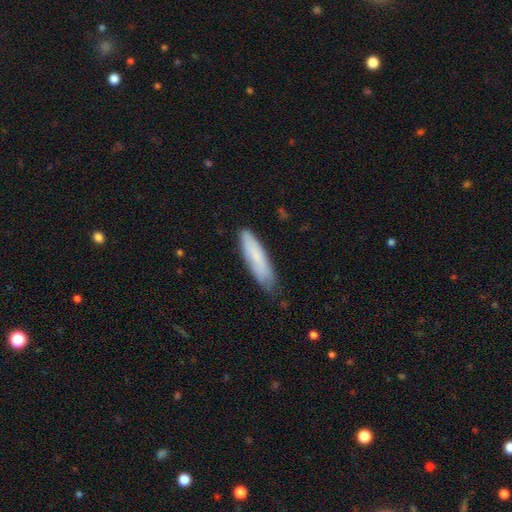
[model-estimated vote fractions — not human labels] The model was most divided on "how rounded": cigar-shaped: 70%, in between: 29%, round: 1%. More confident: smooth or featured — smooth (77%); merging — none (72%).